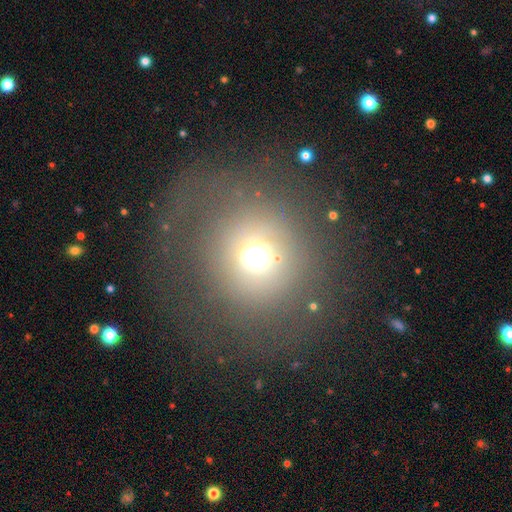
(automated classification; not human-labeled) Smooth or featured: smooth — 62% (star or artifact — 27%)
How rounded: round — 89% (in between — 10%)
Merging: none — 74% (minor disturbance — 11%)